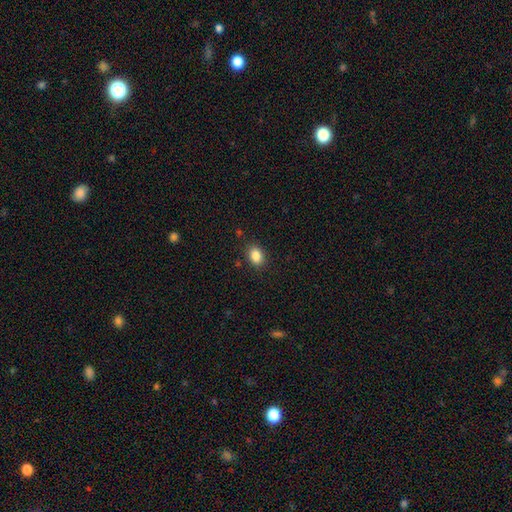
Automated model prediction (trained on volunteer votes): smooth 86%, star or artifact 10%, featured or disk 5%. Down the decision tree: how rounded — in between (69%); merging — none (87%).